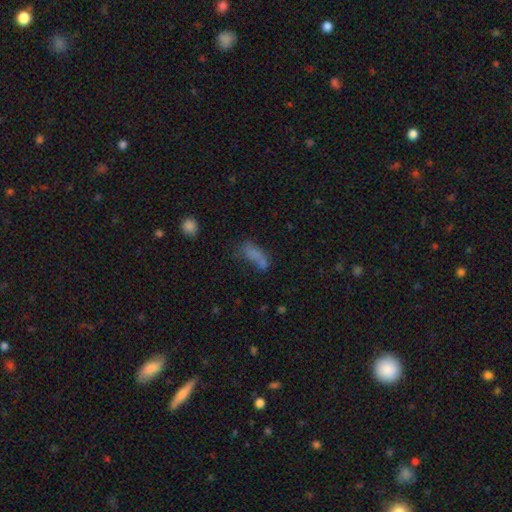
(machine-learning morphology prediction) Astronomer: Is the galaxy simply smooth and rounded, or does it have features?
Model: smooth — 70%.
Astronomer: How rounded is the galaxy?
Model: in between — 65%.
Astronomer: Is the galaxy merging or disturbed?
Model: none — 36% (runner-up: merger, 25%).